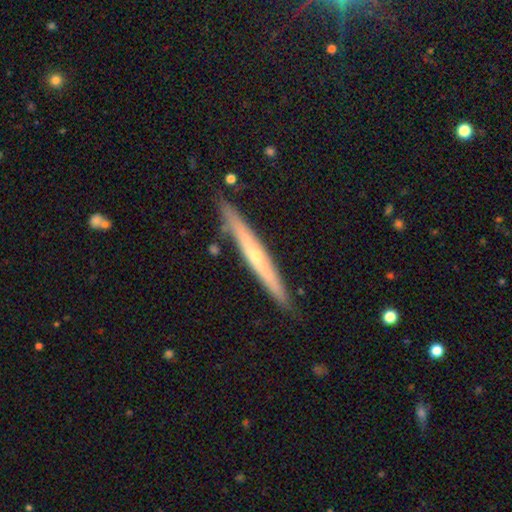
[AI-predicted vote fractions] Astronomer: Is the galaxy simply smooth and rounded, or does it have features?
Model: featured or disk — 67%.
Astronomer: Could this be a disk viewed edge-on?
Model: yes — 95%.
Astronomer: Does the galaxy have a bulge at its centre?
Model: rounded — 64%.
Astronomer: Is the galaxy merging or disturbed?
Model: none — 87%.